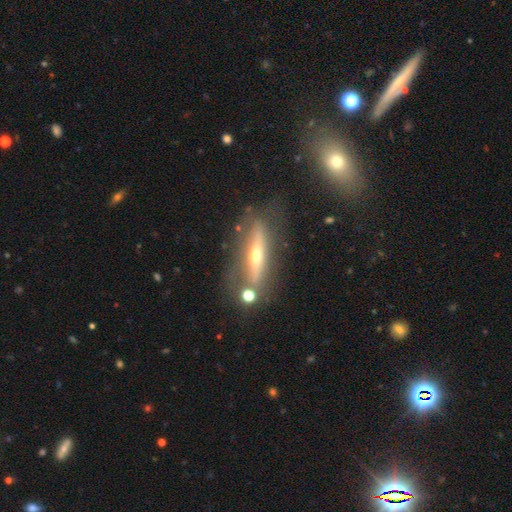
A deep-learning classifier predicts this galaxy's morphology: Smooth or featured? Predicted: featured or disk (p=0.69). Edge-on disk? Predicted: yes (p=0.76). Edge-on bulge? Predicted: rounded (p=0.87). Merging? Predicted: none (p=0.67).